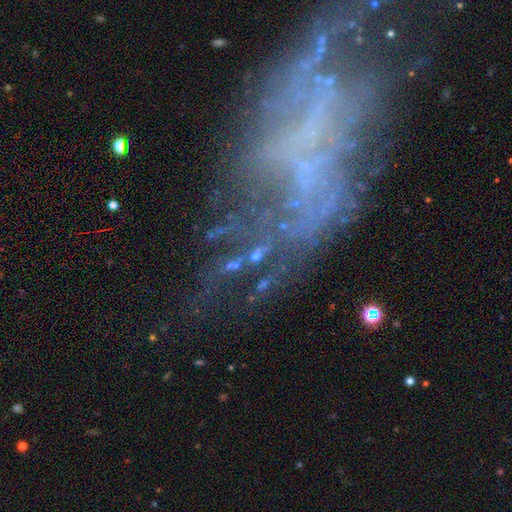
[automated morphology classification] This is marginally a star or artifact rather than a galaxy (41%).